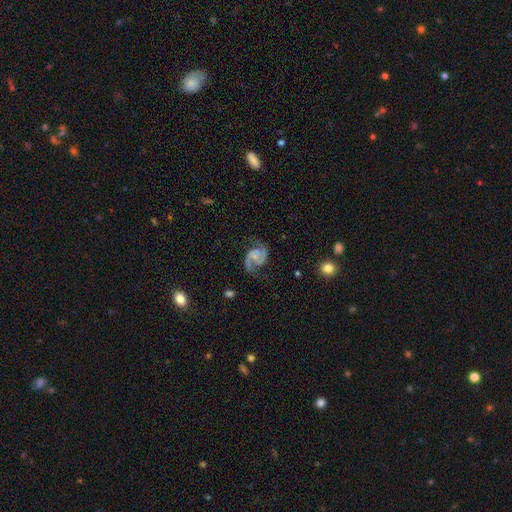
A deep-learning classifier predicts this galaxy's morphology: Overall: featured or disk (88%). Edge-on disk: no (98%). Bar: no (60%; weak 32%). Spiral arms: yes (97%). Spiral arm count: 2 (92%). Spiral winding: medium (55%; loose 30%). Bulge size: small (52%; none 24%). Merging: none (69%).